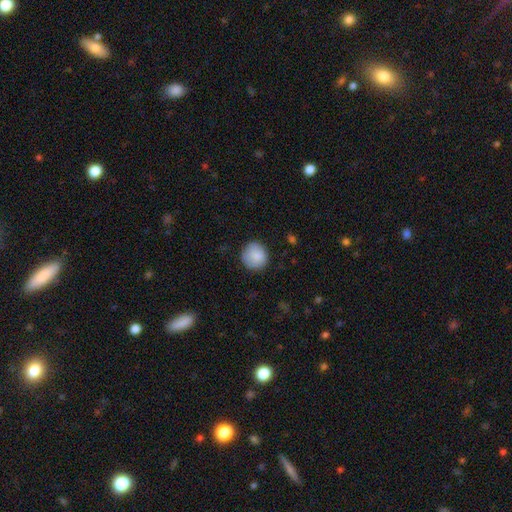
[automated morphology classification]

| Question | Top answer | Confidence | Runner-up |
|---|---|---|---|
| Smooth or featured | smooth | 86% | featured or disk (7%) |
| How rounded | round | 93% | in between (7%) |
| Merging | none | 83% | minor disturbance (13%) |